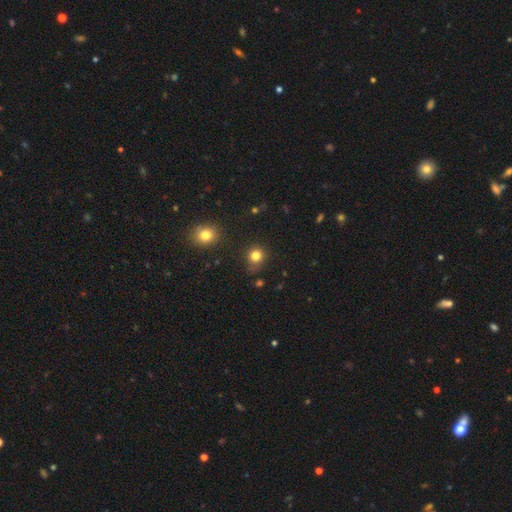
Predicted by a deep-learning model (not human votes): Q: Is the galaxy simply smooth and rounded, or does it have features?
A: smooth — 81%.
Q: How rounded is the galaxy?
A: round — 85%.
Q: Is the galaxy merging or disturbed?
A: none — 75%.